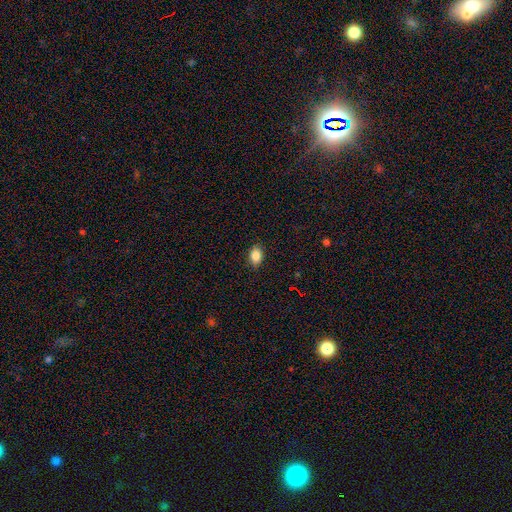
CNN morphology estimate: Overall: smooth (86%). How rounded: in between (79%). Merging: none (87%).